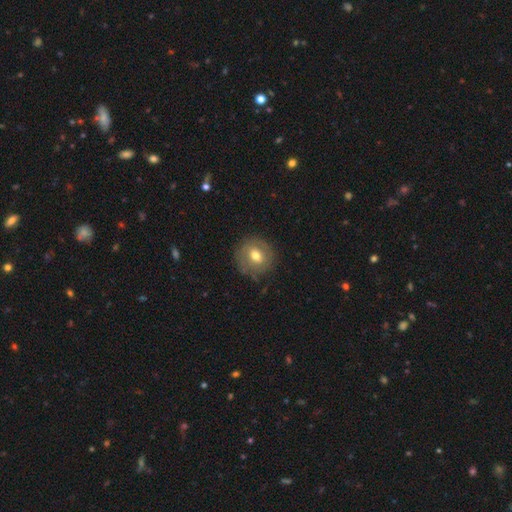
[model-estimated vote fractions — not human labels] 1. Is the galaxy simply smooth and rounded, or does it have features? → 62% smooth, 29% featured or disk, 9% star or artifact.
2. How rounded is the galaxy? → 86% round, 13% in between, 1% cigar-shaped.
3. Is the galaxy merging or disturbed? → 79% none, 15% minor disturbance, 5% major disturbance, 1% merger.